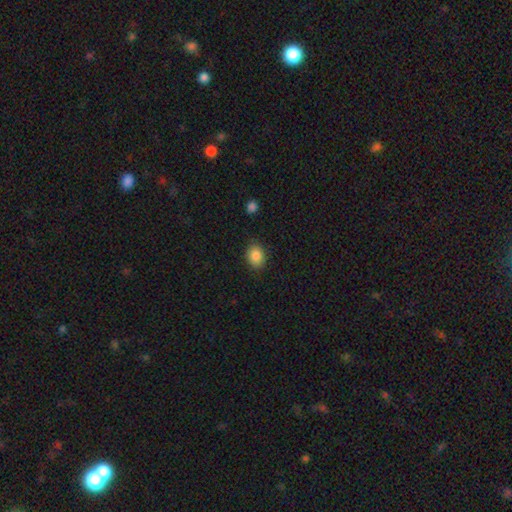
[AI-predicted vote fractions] The model was most divided on "how rounded": in between: 60%, round: 39%, cigar-shaped: 1%. More confident: smooth or featured — smooth (87%); merging — none (84%).